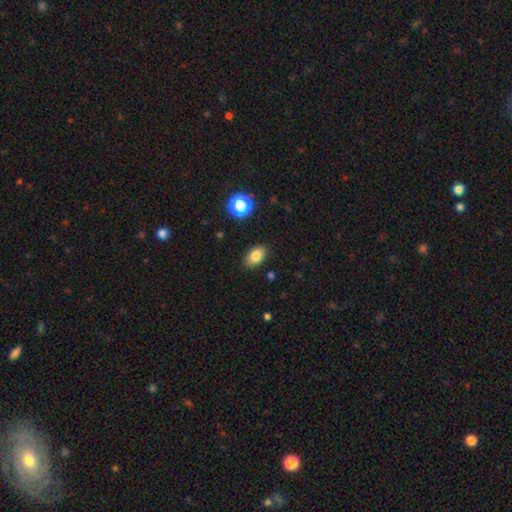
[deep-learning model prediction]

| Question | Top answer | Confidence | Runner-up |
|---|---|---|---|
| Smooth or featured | smooth | 83% | star or artifact (10%) |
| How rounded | in between | 86% | round (13%) |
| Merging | none | 86% | minor disturbance (10%) |